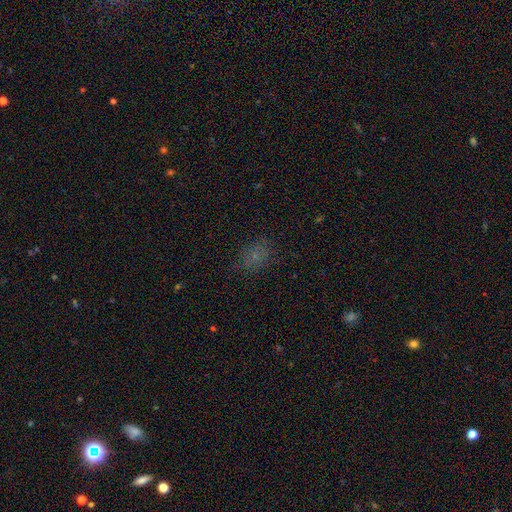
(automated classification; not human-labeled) smooth_or_featured: smooth (p=0.66) [alt: star or artifact p=0.22]
how_rounded: in between (p=0.62) [alt: round p=0.36]
merging: none (p=0.73) [alt: minor disturbance p=0.18]